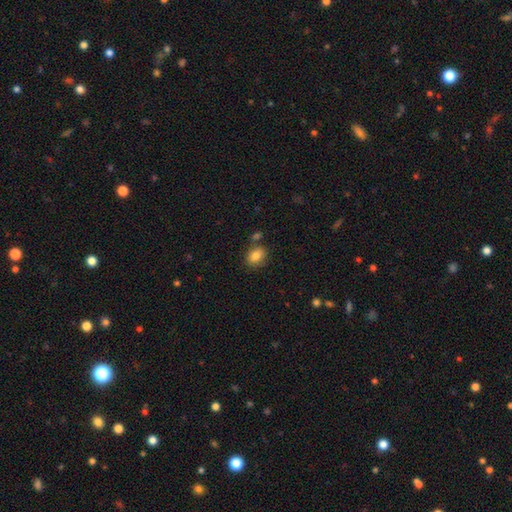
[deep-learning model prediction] smooth 84%, star or artifact 9%, featured or disk 7%. Down the decision tree: how rounded — in between (69%); merging — none (74%).